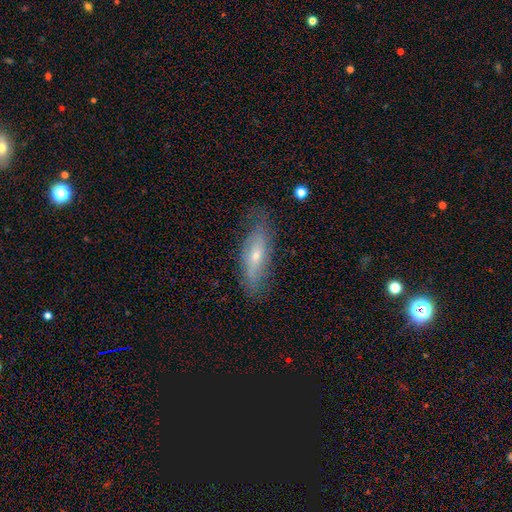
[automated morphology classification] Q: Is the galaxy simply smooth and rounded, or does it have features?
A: featured or disk — 51%.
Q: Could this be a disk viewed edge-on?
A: no — 63%.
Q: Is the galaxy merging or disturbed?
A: none — 73%.